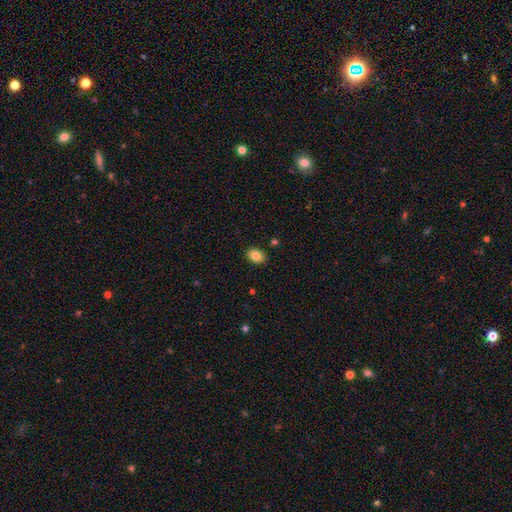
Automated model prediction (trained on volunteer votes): A smooth galaxy with no disk features (85%) that is in between round and cigar-shaped (80%). Merging: none (88%).